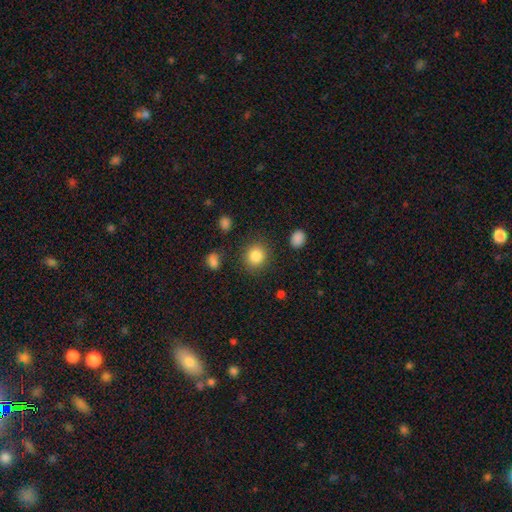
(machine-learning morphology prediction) This is clearly a smooth galaxy (85%). How rounded: clearly round (81%). Merging: clearly none (85%).